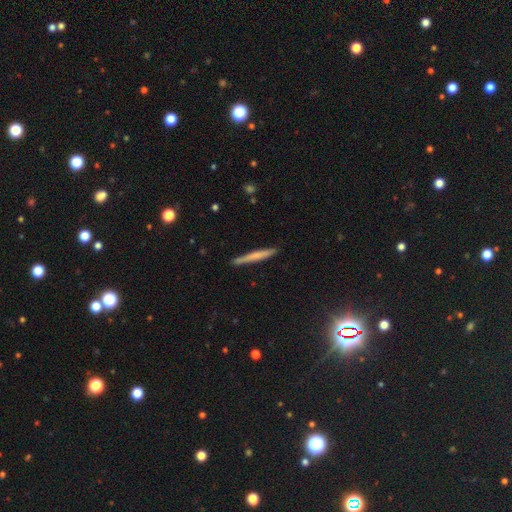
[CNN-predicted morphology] This is possibly a smooth galaxy (54%). How rounded: clearly cigar-shaped (96%). Merging: clearly none (88%).